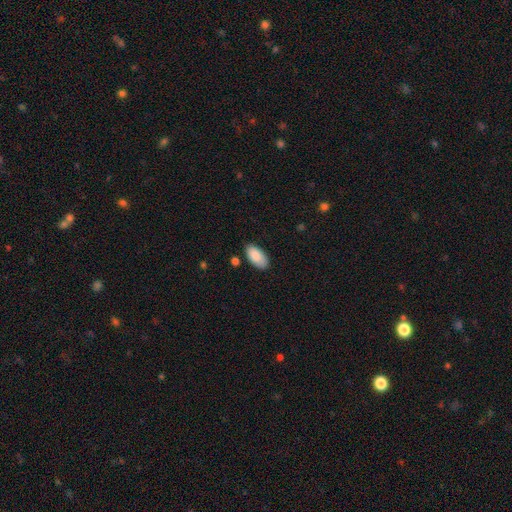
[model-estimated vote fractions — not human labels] Smooth or featured?
  - smooth: 88% *
  - star or artifact: 6%
  - featured or disk: 6%
How rounded?
  - in between: 95% *
  - cigar-shaped: 3%
  - round: 2%
Merging?
  - none: 81% *
  - minor disturbance: 14%
  - major disturbance: 3%
  - merger: 3%